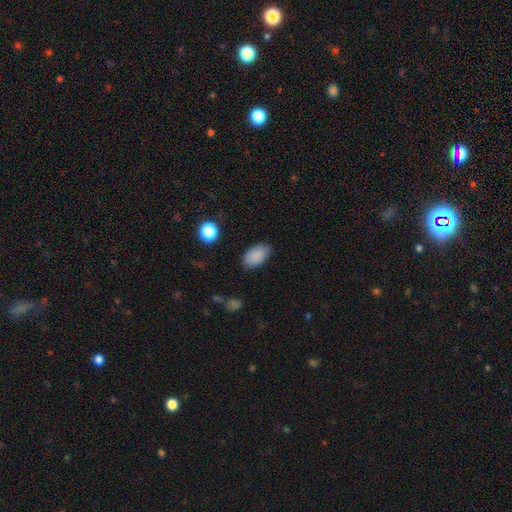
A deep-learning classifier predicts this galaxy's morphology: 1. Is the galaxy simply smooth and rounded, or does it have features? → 87% smooth, 8% star or artifact, 5% featured or disk.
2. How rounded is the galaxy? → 93% in between, 6% round, 2% cigar-shaped.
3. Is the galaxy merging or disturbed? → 83% none, 12% minor disturbance, 3% major disturbance, 1% merger.